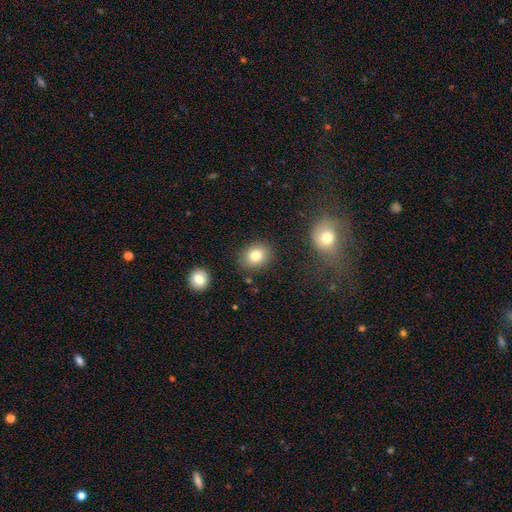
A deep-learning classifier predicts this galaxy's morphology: Smooth or featured? Predicted: smooth (p=0.80). How rounded? Predicted: round (p=0.57). Merging? Predicted: none (p=0.85).